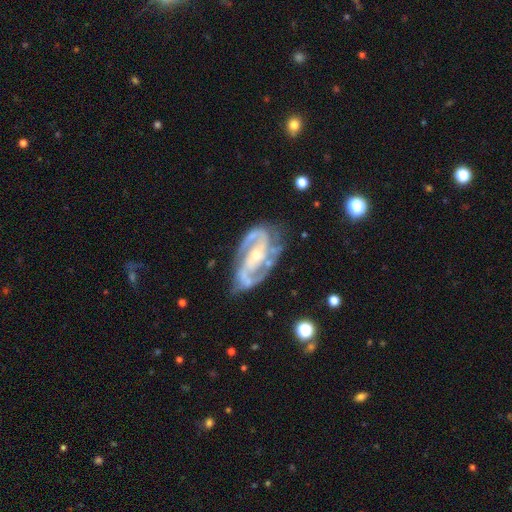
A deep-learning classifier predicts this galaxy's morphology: Q: Smooth or featured?
A: featured or disk (91%); runner-up: star or artifact (4%)
Q: Edge-on disk?
A: no (96%); runner-up: yes (4%)
Q: Bar?
A: no (35%); runner-up: weak (33%)
Q: Spiral arms?
A: yes (98%); runner-up: no (2%)
Q: Spiral winding?
A: medium (51%); runner-up: tight (37%)
Q: Spiral arm count?
A: 2 (84%); runner-up: 3 (7%)
Q: Bulge size?
A: small (56%); runner-up: moderate (39%)
Q: Merging?
A: none (70%); runner-up: minor disturbance (19%)